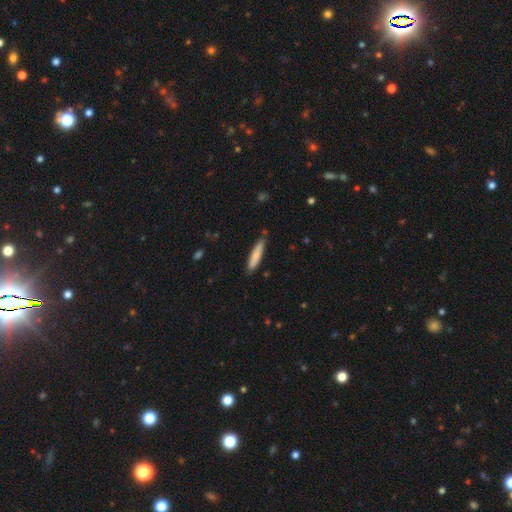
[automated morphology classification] The model was most divided on "smooth or featured": smooth: 81%, featured or disk: 14%, star or artifact: 6%. More confident: how rounded — cigar-shaped (87%); merging — none (84%).